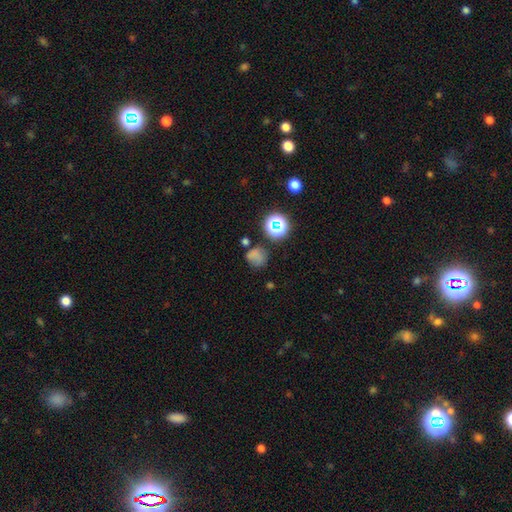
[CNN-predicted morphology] A smooth galaxy with no disk features (64%) that is round (76%).

Vote fractions:
- Smooth or featured? smooth: 64% / star or artifact: 22% / featured or disk: 13%
- How rounded? round: 76% / in between: 23% / cigar-shaped: 1%
- Merging? none: 58% / minor disturbance: 22% / major disturbance: 12% / merger: 8%